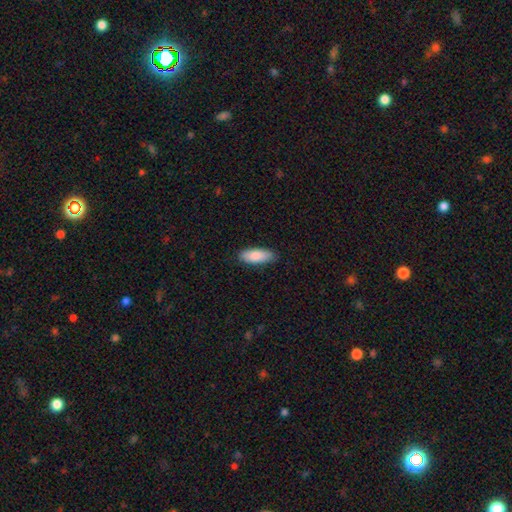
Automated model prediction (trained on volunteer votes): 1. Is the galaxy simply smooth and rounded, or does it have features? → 86% smooth, 8% featured or disk, 5% star or artifact.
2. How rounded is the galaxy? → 72% in between, 26% cigar-shaped, 2% round.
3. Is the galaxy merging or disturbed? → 86% none, 11% minor disturbance, 2% major disturbance, 1% merger.